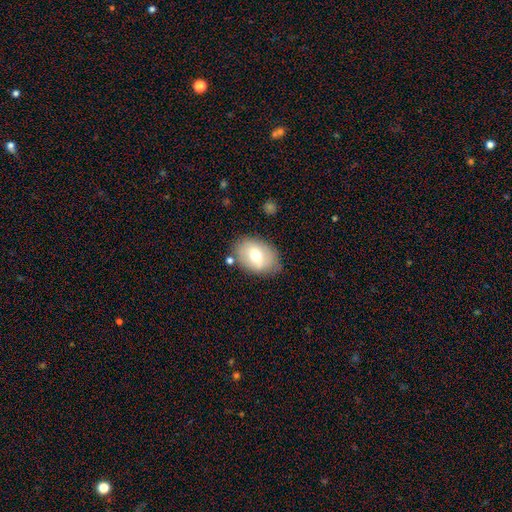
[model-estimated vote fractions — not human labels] smooth-or-featured: smooth: 61% | featured or disk: 32% | star or artifact: 7%
  how-rounded: in between: 83% | round: 16% | cigar-shaped: 1%
  merging: none: 76% | minor disturbance: 16% | major disturbance: 4% | merger: 4%